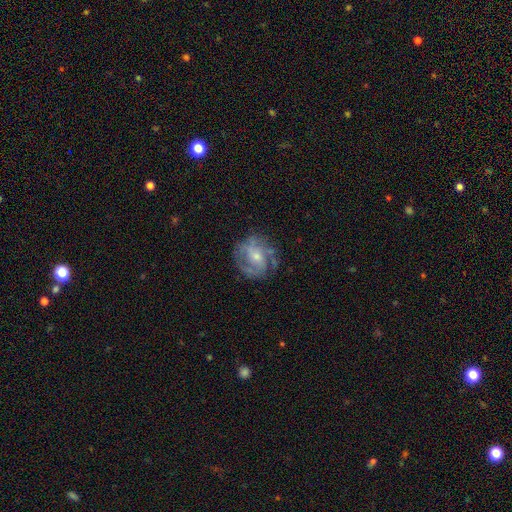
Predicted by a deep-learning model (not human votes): smooth_or_featured: featured or disk (p=0.74) [alt: smooth p=0.19]
disk_edge_on: no (p=0.97) [alt: yes p=0.03]
bar: no (p=0.56) [alt: weak p=0.35]
has_spiral_arms: yes (p=0.84) [alt: no p=0.16]
spiral_winding: medium (p=0.45) [alt: tight p=0.34]
spiral_arm_count: 2 (p=0.30) [alt: can't tell p=0.28]
bulge_size: small (p=0.52) [alt: moderate p=0.41]
merging: none (p=0.66) [alt: minor disturbance p=0.20]